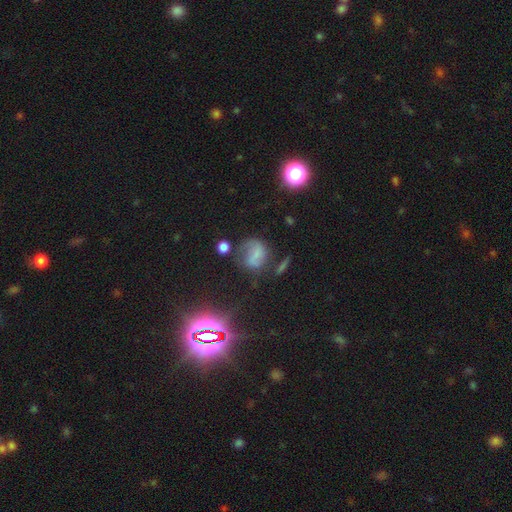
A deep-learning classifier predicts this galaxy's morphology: Smooth or featured?
  - smooth: 47% *
  - featured or disk: 36%
  - star or artifact: 17%
Merging?
  - none: 47% *
  - minor disturbance: 25%
  - major disturbance: 22%
  - merger: 7%